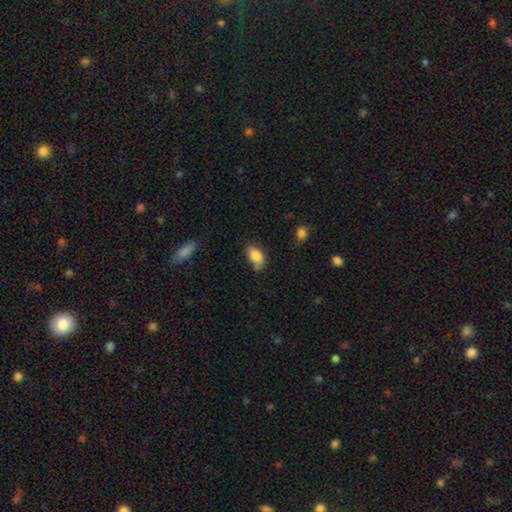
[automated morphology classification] A smooth galaxy with no disk features (85%) that is in between round and cigar-shaped (90%).

Vote fractions:
- Smooth or featured? smooth: 85% / star or artifact: 8% / featured or disk: 7%
- How rounded? in between: 90% / round: 7% / cigar-shaped: 2%
- Merging? none: 58% / minor disturbance: 29% / merger: 7% / major disturbance: 7%